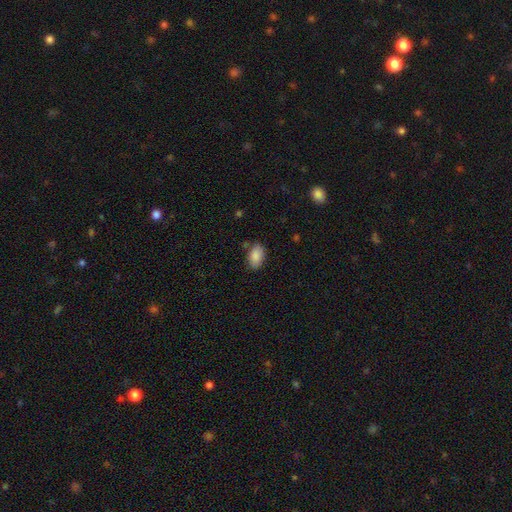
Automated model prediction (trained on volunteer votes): Q: Smooth or featured?
A: smooth (87%); runner-up: star or artifact (7%)
Q: How rounded?
A: in between (91%); runner-up: round (7%)
Q: Merging?
A: none (73%); runner-up: minor disturbance (19%)